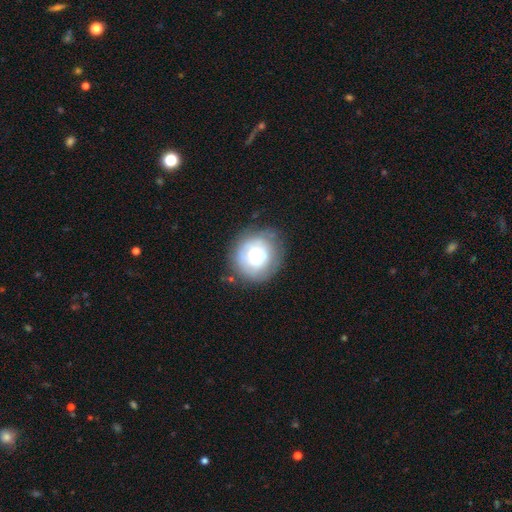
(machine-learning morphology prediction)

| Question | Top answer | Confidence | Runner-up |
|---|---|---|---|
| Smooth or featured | smooth | 53% | featured or disk (38%) |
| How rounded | round | 86% | in between (13%) |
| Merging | none | 68% | minor disturbance (20%) |